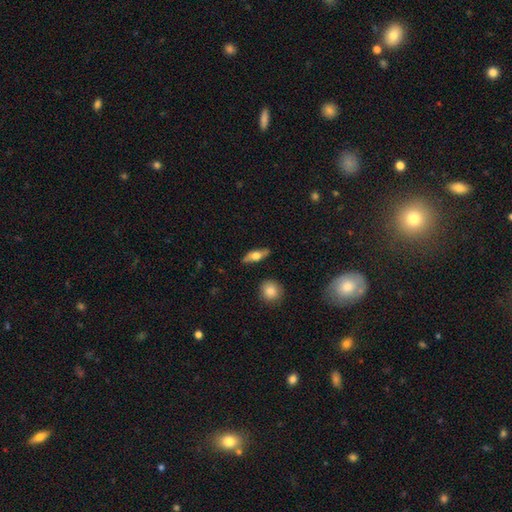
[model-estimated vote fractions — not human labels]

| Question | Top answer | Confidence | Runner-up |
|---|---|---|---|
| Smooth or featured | smooth | 52% | featured or disk (41%) |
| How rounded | in between | 60% | cigar-shaped (34%) |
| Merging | none | 83% | minor disturbance (12%) |